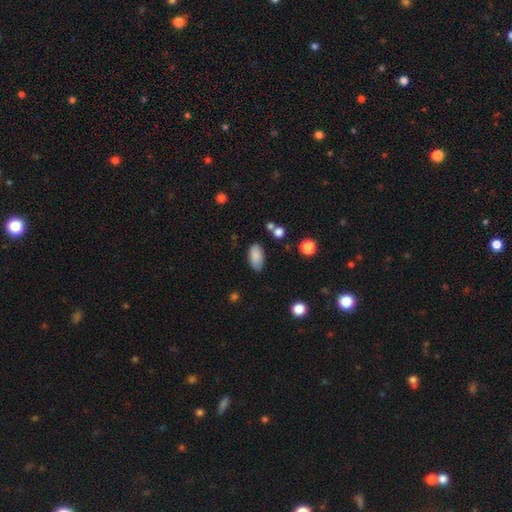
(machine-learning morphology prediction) Q: Smooth or featured?
A: smooth (86%); runner-up: star or artifact (8%)
Q: How rounded?
A: in between (92%); runner-up: cigar-shaped (5%)
Q: Merging?
A: none (80%); runner-up: minor disturbance (14%)